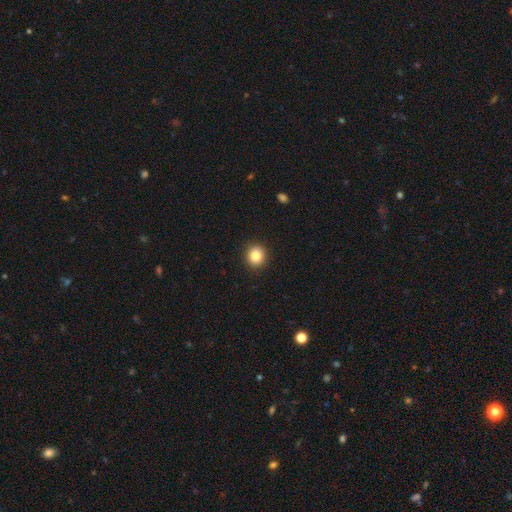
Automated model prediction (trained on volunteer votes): Q: Smooth or featured?
A: smooth (84%); runner-up: star or artifact (10%)
Q: How rounded?
A: round (84%); runner-up: in between (15%)
Q: Merging?
A: none (92%); runner-up: minor disturbance (5%)